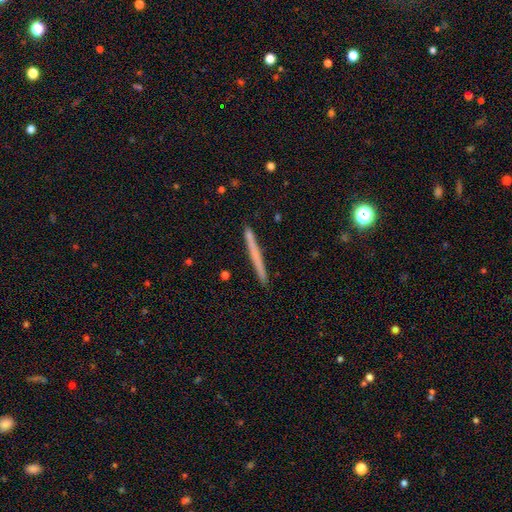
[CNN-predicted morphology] smooth-or-featured: smooth: 58% | featured or disk: 36% | star or artifact: 6%
  how-rounded: cigar-shaped: 97% | in between: 2% | round: 1%
  merging: none: 90% | minor disturbance: 7% | merger: 2% | major disturbance: 1%